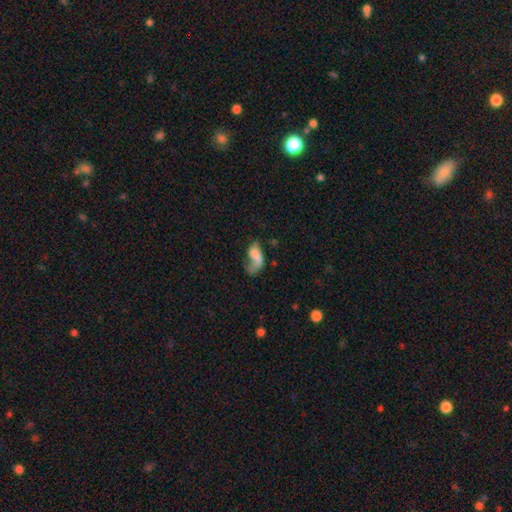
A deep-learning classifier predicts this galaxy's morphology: smooth_or_featured: smooth (p=0.58) [alt: featured or disk p=0.32]
how_rounded: in between (p=0.88) [alt: round p=0.07]
merging: major disturbance (p=0.50) [alt: none p=0.20]